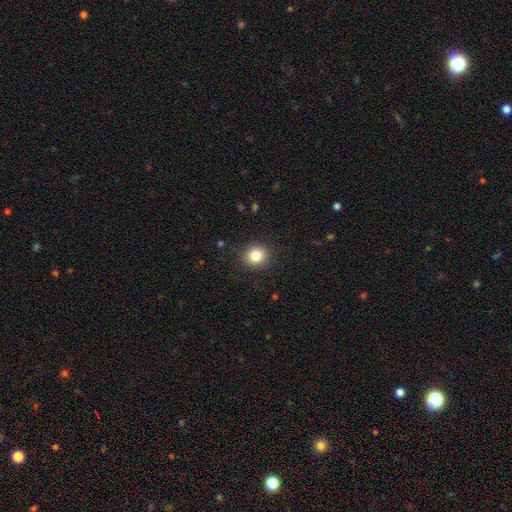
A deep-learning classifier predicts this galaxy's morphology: Overall: smooth (83%). How rounded: round (81%). Merging: none (90%).